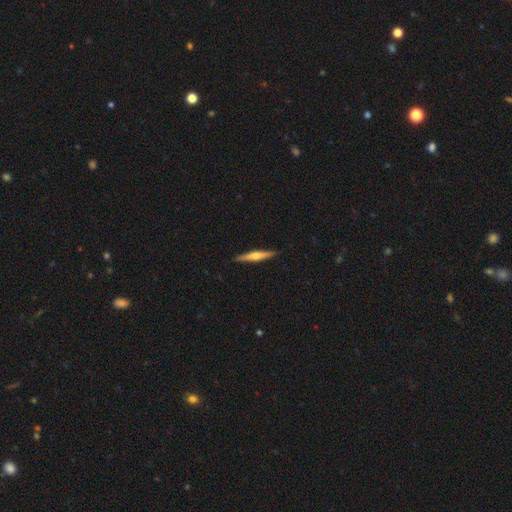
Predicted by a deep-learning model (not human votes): Q: Smooth or featured?
A: featured or disk (61%); runner-up: smooth (34%)
Q: Edge-on disk?
A: yes (97%); runner-up: no (3%)
Q: Edge-on bulge?
A: rounded (85%); runner-up: none (9%)
Q: Merging?
A: none (91%); runner-up: minor disturbance (7%)